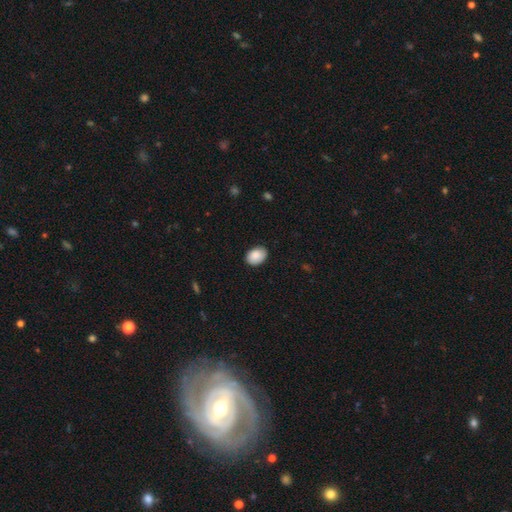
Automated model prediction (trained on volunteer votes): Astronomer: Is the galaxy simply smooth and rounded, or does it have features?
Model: smooth — 88%.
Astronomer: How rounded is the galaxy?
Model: in between — 81%.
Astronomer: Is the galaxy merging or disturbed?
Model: none — 85%.